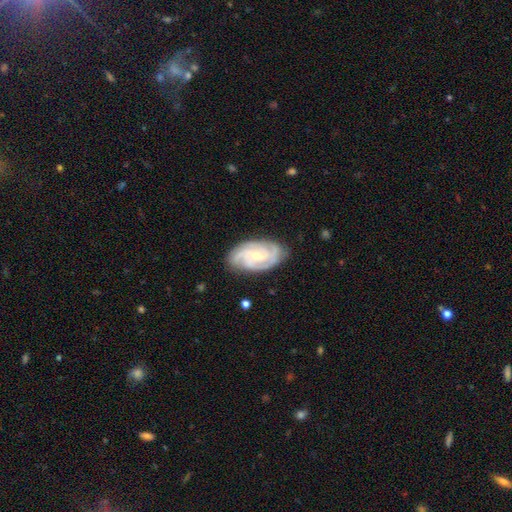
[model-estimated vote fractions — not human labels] Q: Smooth or featured?
A: featured or disk (87%); runner-up: smooth (8%)
Q: Edge-on disk?
A: no (97%); runner-up: yes (3%)
Q: Bar?
A: no (54%); runner-up: weak (38%)
Q: Spiral arms?
A: yes (98%); runner-up: no (2%)
Q: Spiral winding?
A: tight (63%); runner-up: medium (32%)
Q: Spiral arm count?
A: 3 (47%); runner-up: 4 (17%)
Q: Bulge size?
A: small (58%); runner-up: moderate (38%)
Q: Merging?
A: none (80%); runner-up: minor disturbance (15%)